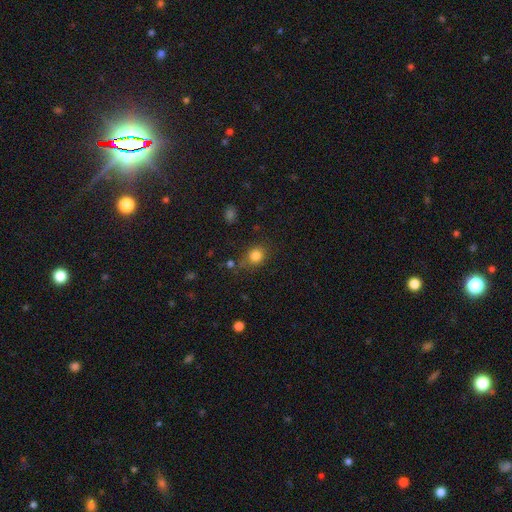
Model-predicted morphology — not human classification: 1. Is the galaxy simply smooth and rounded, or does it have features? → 82% smooth, 12% star or artifact, 6% featured or disk.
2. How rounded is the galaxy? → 72% round, 27% in between, 1% cigar-shaped.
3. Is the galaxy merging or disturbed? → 71% none, 17% minor disturbance, 6% merger, 6% major disturbance.